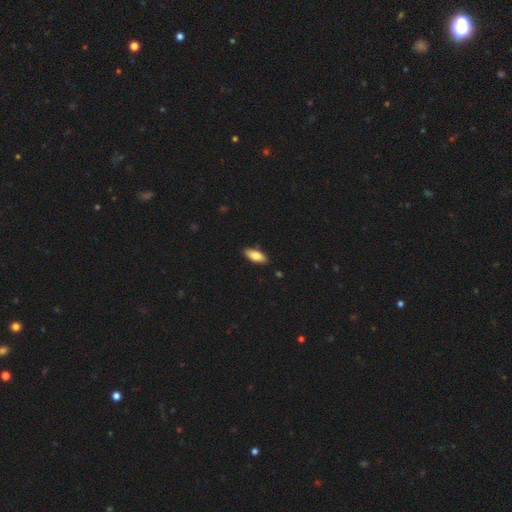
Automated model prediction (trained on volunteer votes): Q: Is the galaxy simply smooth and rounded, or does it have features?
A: smooth — 84%.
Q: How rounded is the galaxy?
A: in between — 84%.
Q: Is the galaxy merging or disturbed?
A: none — 85%.